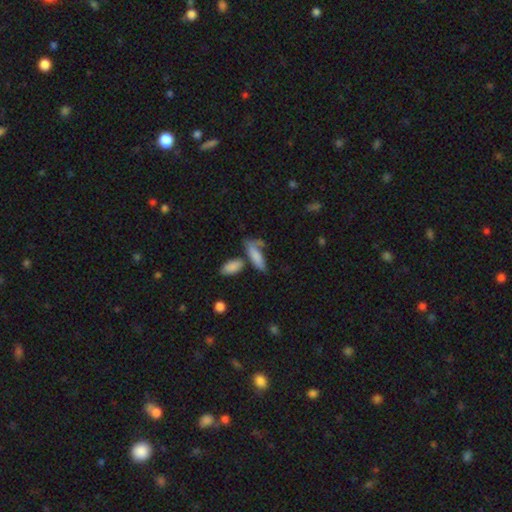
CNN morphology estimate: Smooth or featured: smooth — 77% (featured or disk — 15%)
How rounded: in between — 62% (cigar-shaped — 34%)
Merging: none — 43% (merger — 25%)